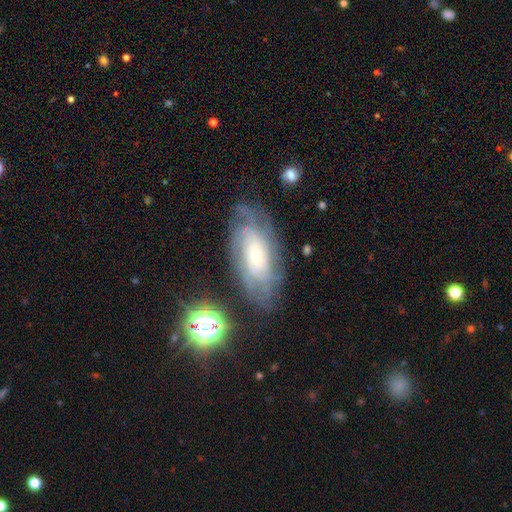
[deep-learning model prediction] A featured or disk galaxy (71%) with no bar (70%), tight (67%) spiral arms (91%) and a small central bulge (52%).

Vote fractions:
- Smooth or featured? featured or disk: 71% / smooth: 19% / star or artifact: 10%
- Edge-on disk? no: 91% / yes: 9%
- Bar? no: 70% / weak: 24% / strong: 6%
- Spiral arms? yes: 91% / no: 9%
- Spiral winding? tight: 67% / medium: 26% / loose: 8%
- Spiral arm count? can't tell: 56% / 4: 11% / 3: 11% / 2: 11% / more than 4: 6% / 1: 4%
- Bulge size? small: 52% / moderate: 31% / large: 10% / none: 5% / dominant: 2%
- Merging? none: 71% / minor disturbance: 18% / major disturbance: 8% / merger: 2%